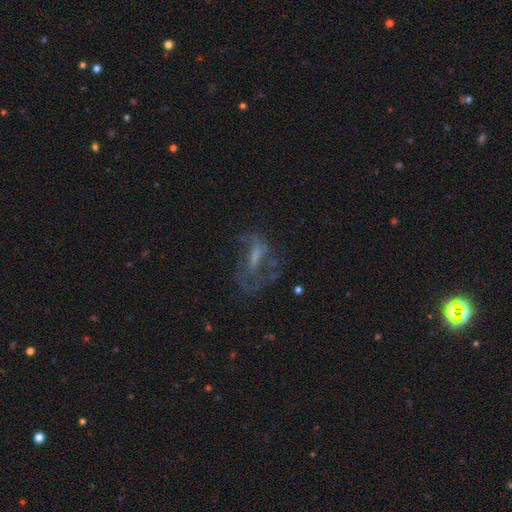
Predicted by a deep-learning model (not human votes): featured or disk 64%, smooth 22%, star or artifact 14%. Down the decision tree: edge-on disk — no (93%); bar — weak (42%); spiral arms — yes (62%); bulge size — none (41%); merging — none (43%).